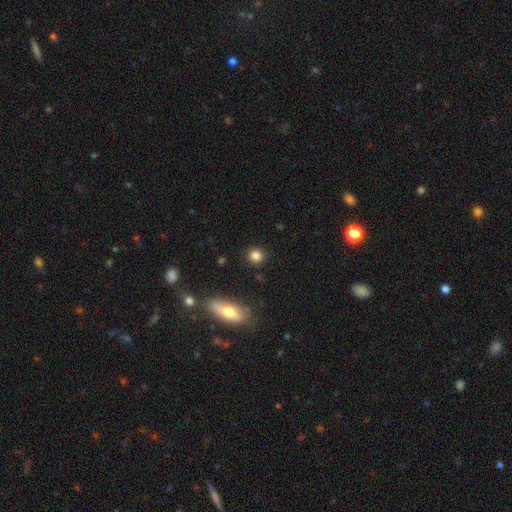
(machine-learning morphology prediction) The model was most divided on "smooth or featured": smooth: 83%, star or artifact: 11%, featured or disk: 6%. More confident: merging — none (90%); how rounded — round (90%).